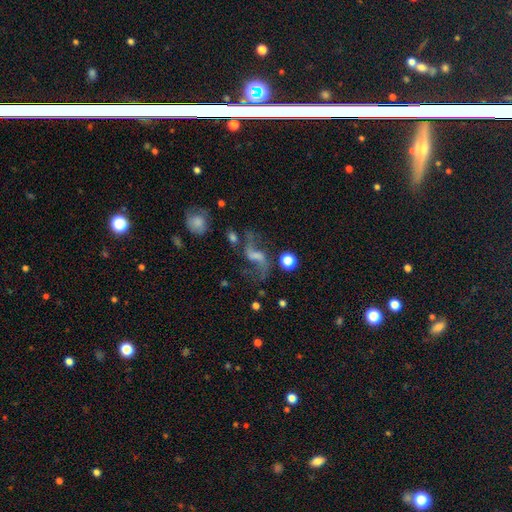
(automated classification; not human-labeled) Morphology: type=featured or disk (74%); edge-on=no (95%); bar=weak (47%); spiral arms=yes (91%); winding=loose (81%); arm count=2 (90%); bulge=none (35%); merging=none (58%).